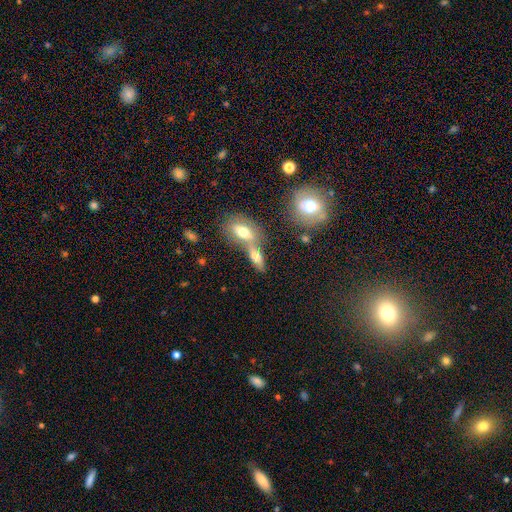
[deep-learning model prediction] Overall: smooth (59%; featured or disk 29%). How rounded: in between (60%; cigar-shaped 32%). Merging: merger (47%; none 39%).